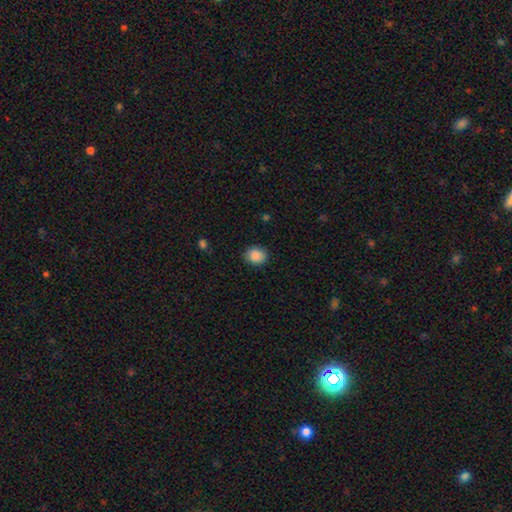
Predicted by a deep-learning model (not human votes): This appears to be a smooth galaxy with no disk features (88%) that is round (69%). Merging: none (87%).